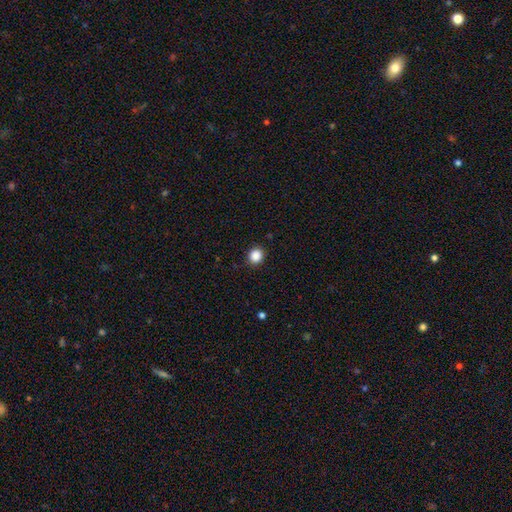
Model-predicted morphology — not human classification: smooth 87%, star or artifact 10%, featured or disk 3%. Down the decision tree: how rounded — round (83%); merging — none (90%).